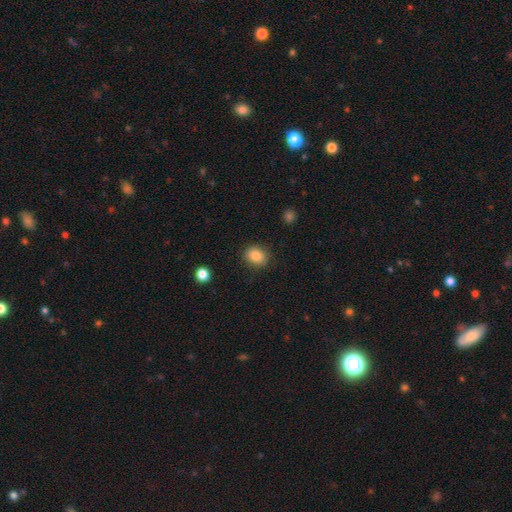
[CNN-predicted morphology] Smooth or featured: smooth — 85% (star or artifact — 10%)
How rounded: round — 56% (in between — 44%)
Merging: none — 85% (minor disturbance — 11%)